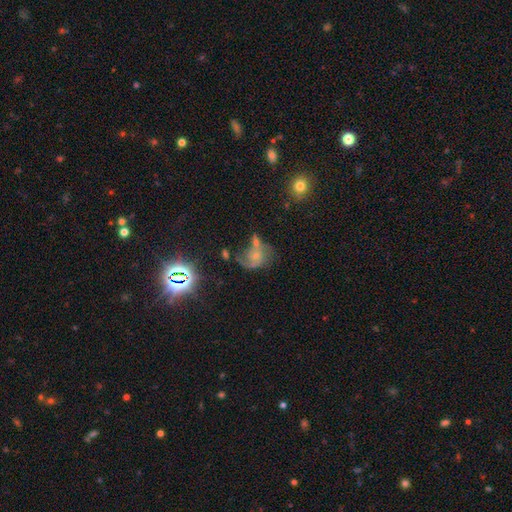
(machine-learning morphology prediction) This is possibly a featured or disk galaxy (59%). It is clearly not viewed edge-on (97%). Bar: likely no (71%). Spiral arm pattern: clearly yes (82%). Central bulge: possibly small (54%). Merging: marginally none (30%).